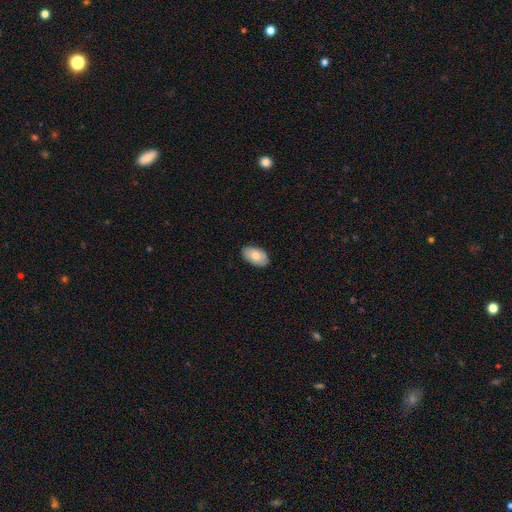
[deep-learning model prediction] Smooth or featured?
  - smooth: 79% *
  - featured or disk: 15%
  - star or artifact: 6%
How rounded?
  - in between: 94% *
  - round: 5%
  - cigar-shaped: 1%
Merging?
  - none: 87% *
  - minor disturbance: 10%
  - major disturbance: 2%
  - merger: 1%